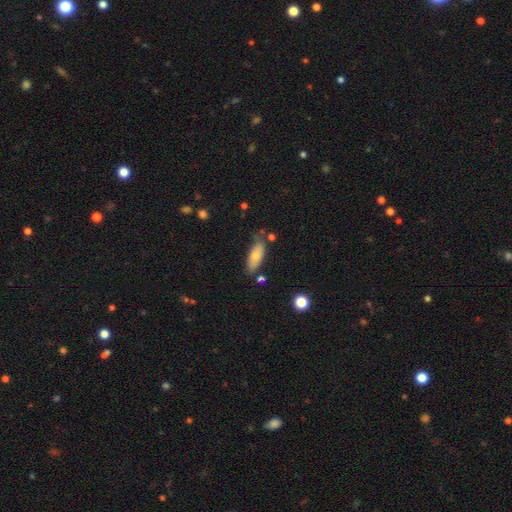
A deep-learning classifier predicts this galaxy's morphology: smooth_or_featured: smooth (p=0.72) [alt: featured or disk p=0.21]
how_rounded: in between (p=0.71) [alt: cigar-shaped p=0.26]
merging: none (p=0.68) [alt: minor disturbance p=0.21]